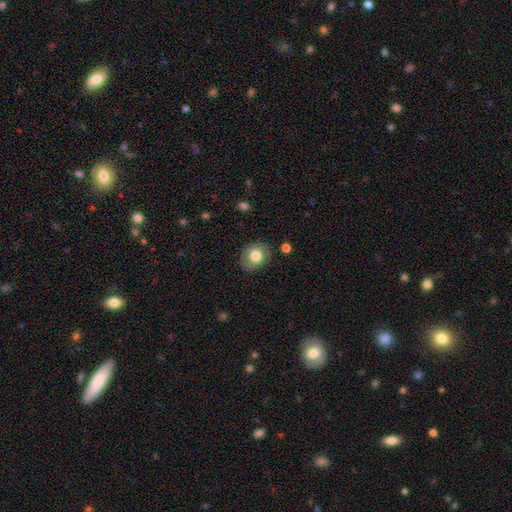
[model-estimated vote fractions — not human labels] Smooth or featured: smooth — 75% (featured or disk — 17%)
How rounded: round — 66% (in between — 33%)
Merging: none — 84% (minor disturbance — 12%)